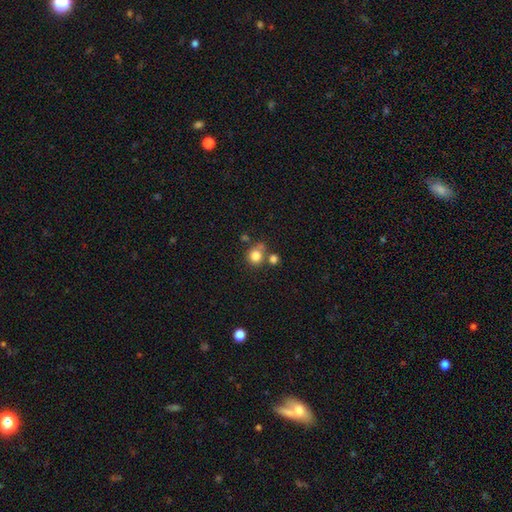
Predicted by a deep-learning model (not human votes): This appears to be a smooth galaxy with no disk features (81%) that is round (85%). Merging: none (59%).